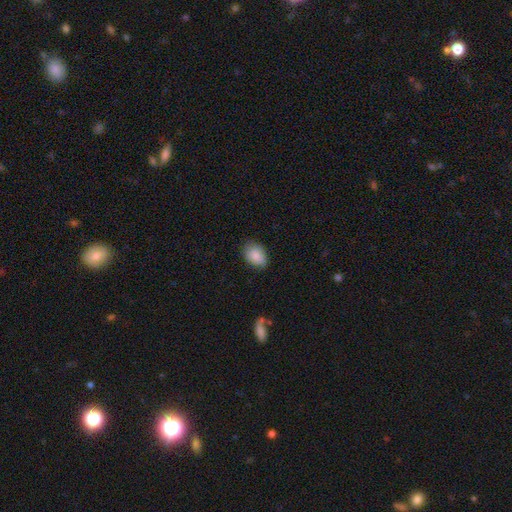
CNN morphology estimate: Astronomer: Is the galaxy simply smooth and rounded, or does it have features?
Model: smooth — 87%.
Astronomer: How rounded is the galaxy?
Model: in between — 82%.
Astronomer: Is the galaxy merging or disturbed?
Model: none — 77%.